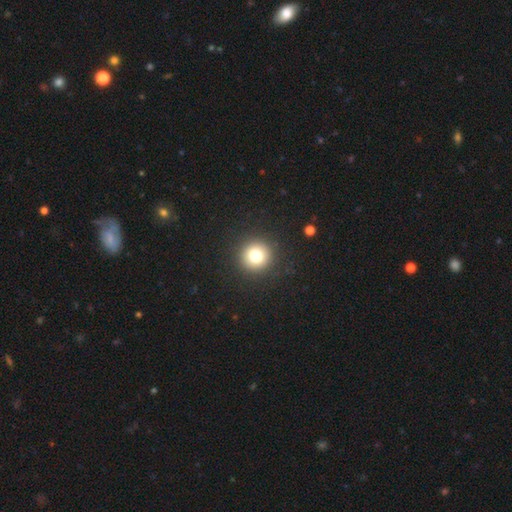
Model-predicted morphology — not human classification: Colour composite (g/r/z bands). It shows a smooth galaxy with no disk features (78%) that is round (95%). Merging: none (92%).